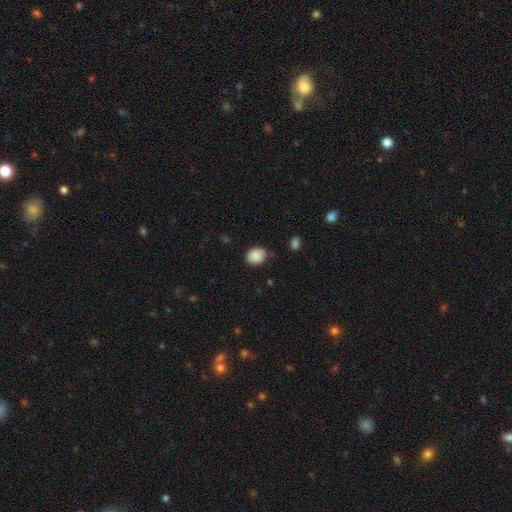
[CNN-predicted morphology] Smooth or featured? Predicted: smooth (p=0.88). How rounded? Predicted: round (p=0.51). Merging? Predicted: none (p=0.70).